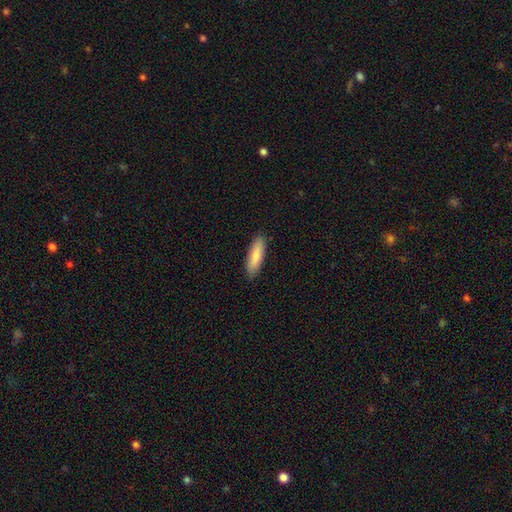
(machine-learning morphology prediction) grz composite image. It shows a smooth galaxy with no disk features (86%) that is cigar-shaped (61%). Merging: none (88%).